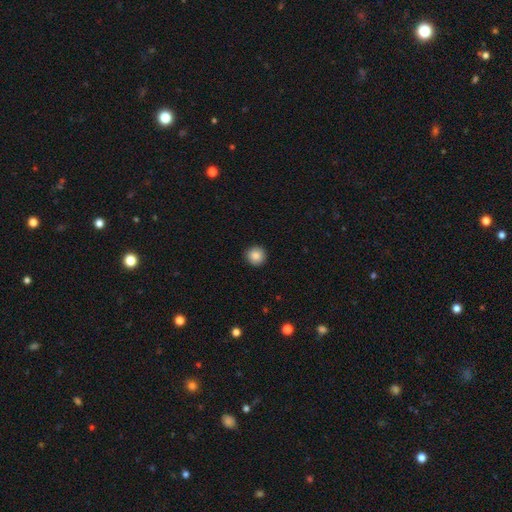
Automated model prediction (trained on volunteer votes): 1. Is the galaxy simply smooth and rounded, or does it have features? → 87% smooth, 9% star or artifact, 4% featured or disk.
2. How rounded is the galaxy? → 94% round, 5% in between, 1% cigar-shaped.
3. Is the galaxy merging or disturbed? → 91% none, 6% minor disturbance, 2% major disturbance, 1% merger.